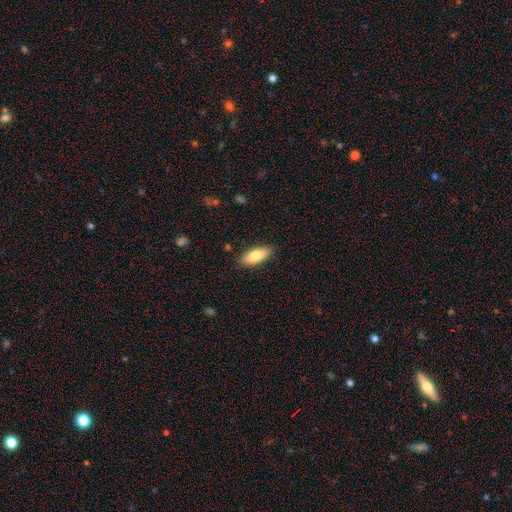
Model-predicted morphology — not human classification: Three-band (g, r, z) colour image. It shows a smooth galaxy with no disk features (81%) that is in between round and cigar-shaped (79%). Merging: none (87%).